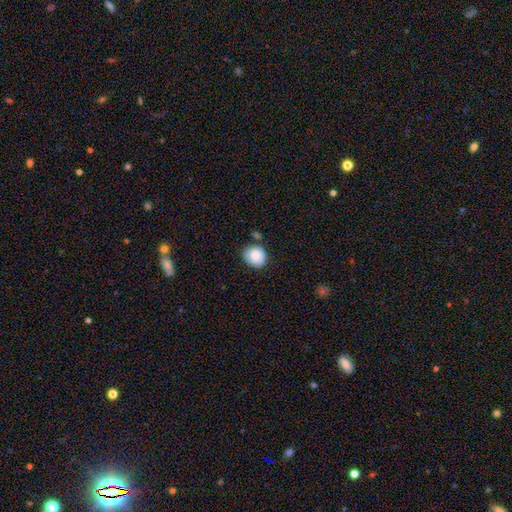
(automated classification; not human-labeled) smooth_or_featured: smooth (p=0.86) [alt: star or artifact p=0.07]
how_rounded: round (p=0.78) [alt: in between p=0.21]
merging: none (p=0.71) [alt: minor disturbance p=0.17]